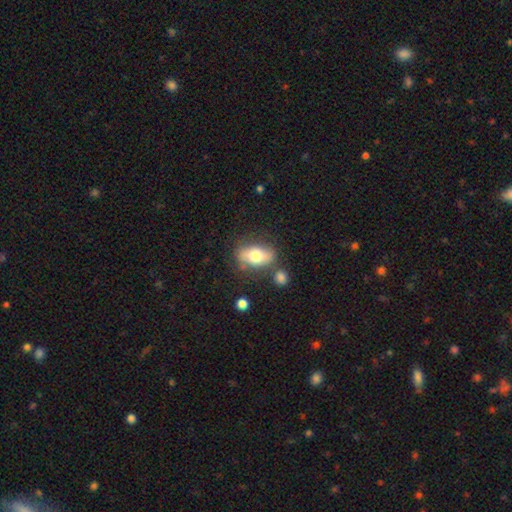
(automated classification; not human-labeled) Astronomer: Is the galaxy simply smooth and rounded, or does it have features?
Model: smooth — 64%.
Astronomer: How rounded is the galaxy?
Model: in between — 86%.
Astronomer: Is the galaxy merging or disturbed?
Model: none — 64%.